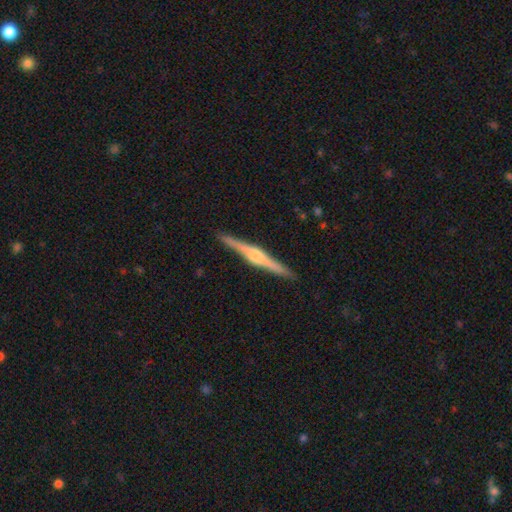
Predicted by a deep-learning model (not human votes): Morphology: type=featured or disk (81%); edge-on=yes (99%); edge-on bulge=rounded (86%); merging=none (92%).